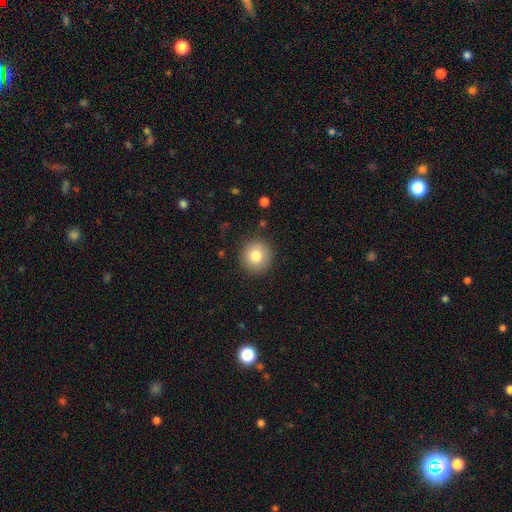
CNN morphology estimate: smooth 81%, featured or disk 10%, star or artifact 9%. Down the decision tree: how rounded — round (94%); merging — none (89%).